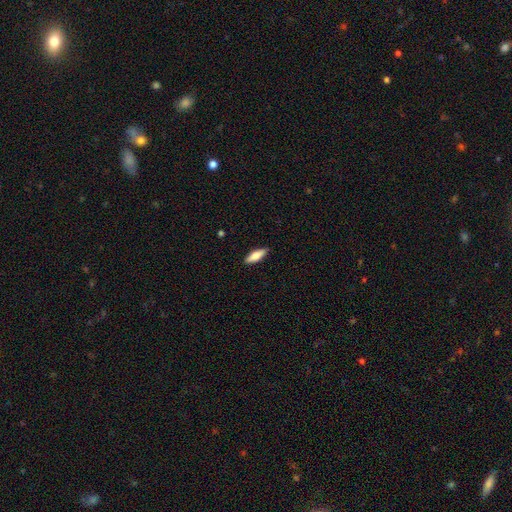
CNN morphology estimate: The model was most divided on "how rounded": in between: 53%, cigar-shaped: 45%, round: 2%. More confident: merging — none (88%); smooth or featured — smooth (74%).